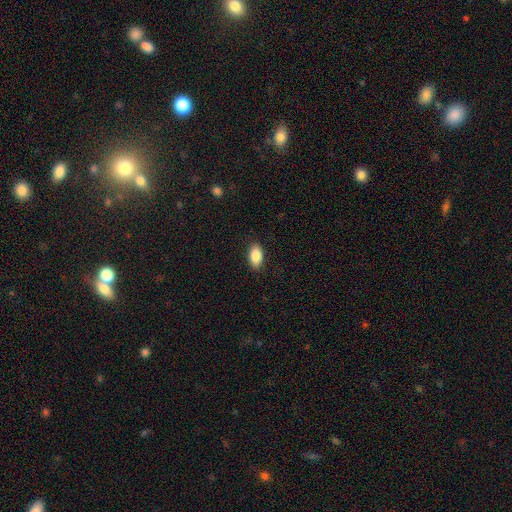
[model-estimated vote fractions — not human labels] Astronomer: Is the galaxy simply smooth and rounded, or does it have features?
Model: smooth — 88%.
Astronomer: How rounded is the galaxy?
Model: in between — 93%.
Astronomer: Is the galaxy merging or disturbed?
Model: none — 88%.